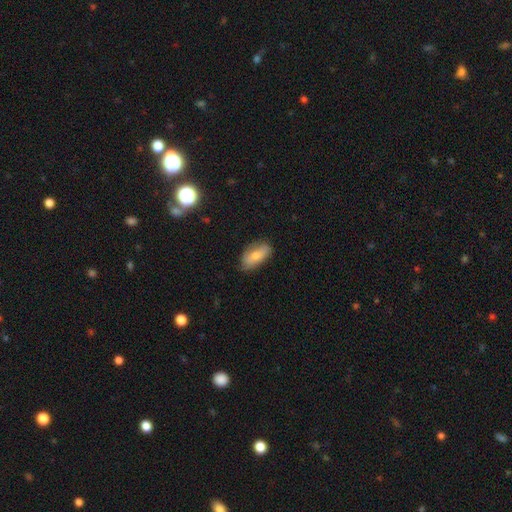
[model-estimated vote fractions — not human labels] smooth 73%, featured or disk 20%, star or artifact 7%. Down the decision tree: how rounded — in between (87%); merging — none (72%).